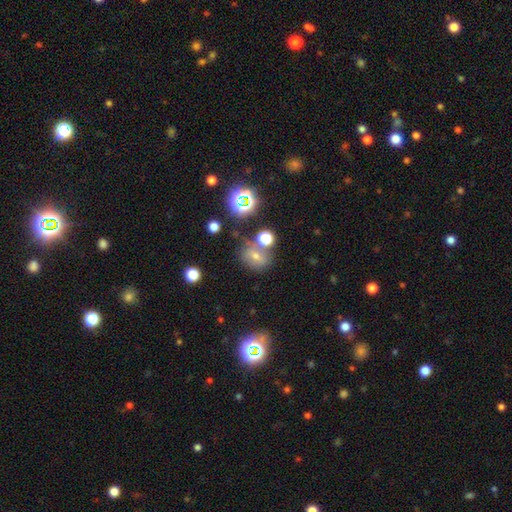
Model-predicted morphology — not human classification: Overall: smooth (47%; star or artifact 34%). Merging: none (64%).